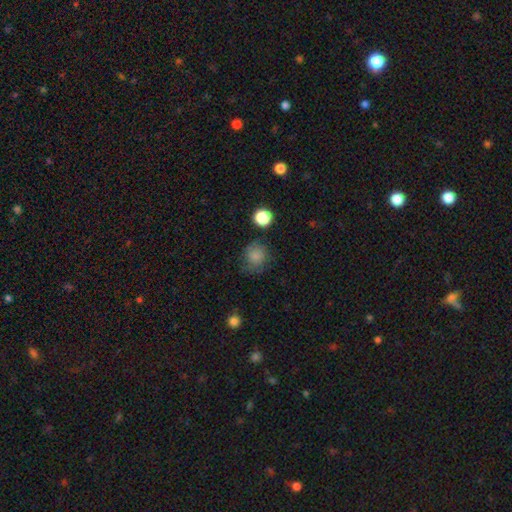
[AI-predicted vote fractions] This appears to be a smooth galaxy with no disk features (80%) that is round (83%). Merging: none (66%).